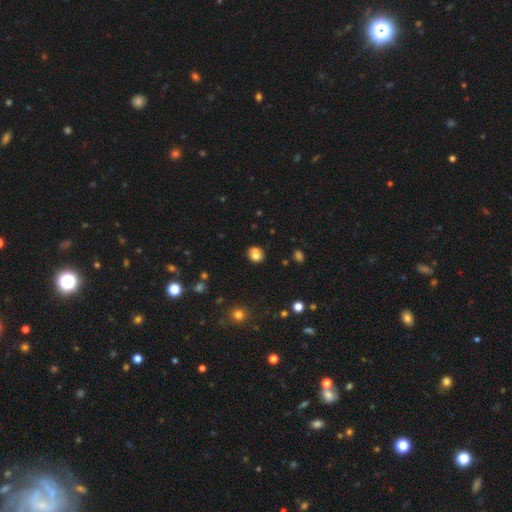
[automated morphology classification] A smooth galaxy with no disk features (76%) that is round (73%).

Vote fractions:
- Smooth or featured? smooth: 76% / star or artifact: 12% / featured or disk: 11%
- How rounded? round: 73% / in between: 26% / cigar-shaped: 1%
- Merging? none: 64% / minor disturbance: 18% / merger: 13% / major disturbance: 5%